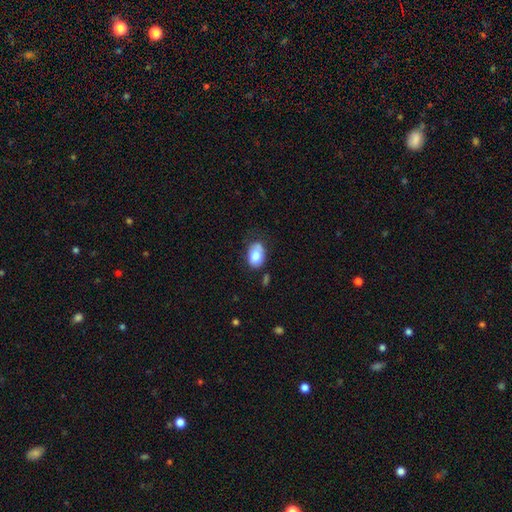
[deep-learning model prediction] A smooth galaxy with no disk features (78%) that is in between round and cigar-shaped (83%). Merging: none (57%).